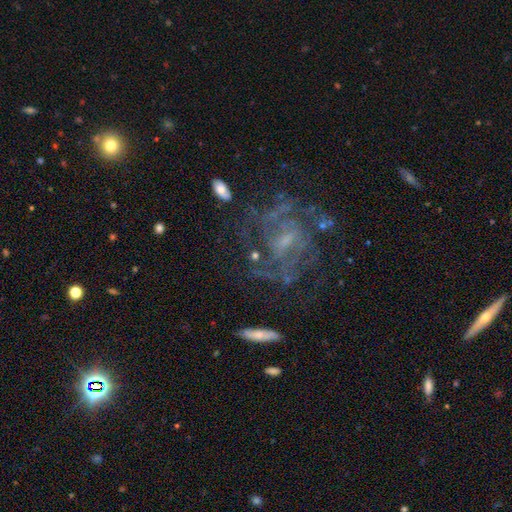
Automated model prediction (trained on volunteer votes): This is likely a featured or disk galaxy (74%). It is clearly not viewed edge-on (95%). Bar: possibly weak (46%). Spiral arm pattern: likely yes (76%). Spiral arm count: possibly can't tell (47%). Spiral winding: marginally tight (44%). Central bulge: possibly small (47%). Merging: possibly none (59%).